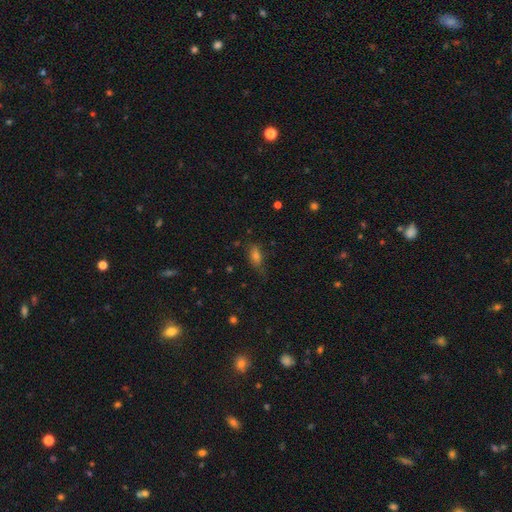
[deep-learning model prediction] A smooth galaxy with no disk features (65%) that is in between round and cigar-shaped (70%). Merging: none (58%).